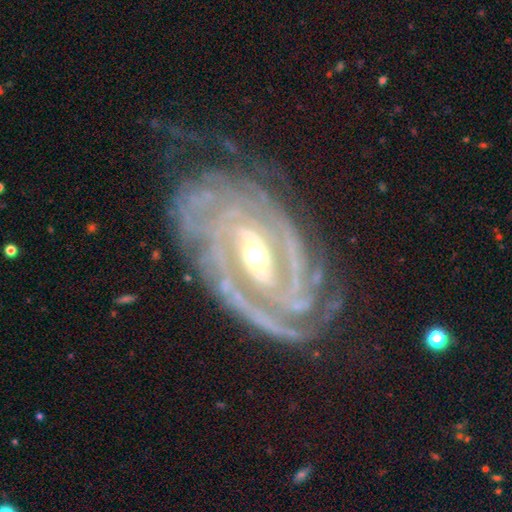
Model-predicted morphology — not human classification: This appears to be a featured or disk galaxy (92%) with a strong bar (40%), 2 (27%) tight (73%) spiral arms (98%) and a moderate central bulge (57%). Merging: none (71%).